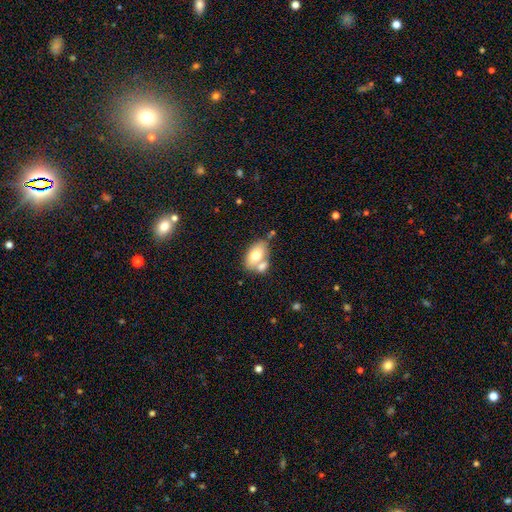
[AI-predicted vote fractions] smooth-or-featured: smooth: 68% | featured or disk: 25% | star or artifact: 7%
  how-rounded: in between: 87% | round: 11% | cigar-shaped: 2%
  merging: merger: 45% | none: 38% | minor disturbance: 13% | major disturbance: 4%